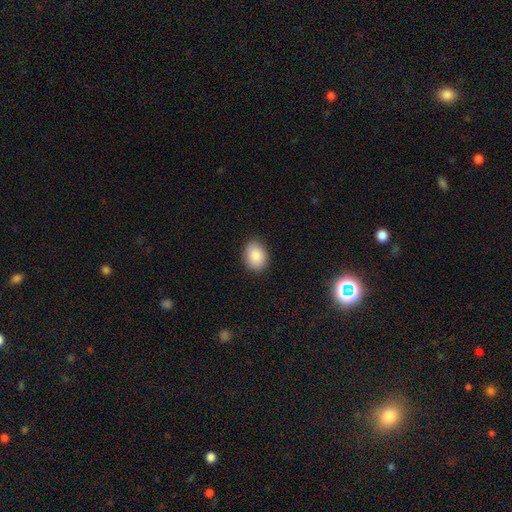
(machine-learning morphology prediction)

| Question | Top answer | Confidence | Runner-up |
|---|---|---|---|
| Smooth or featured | smooth | 88% | star or artifact (7%) |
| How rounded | in between | 71% | round (28%) |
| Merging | none | 87% | minor disturbance (10%) |